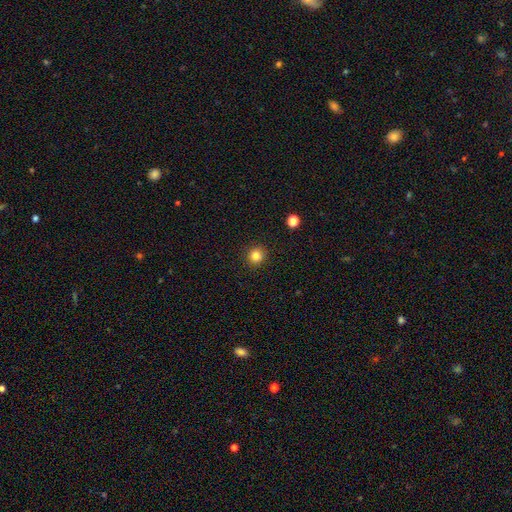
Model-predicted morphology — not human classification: type=smooth (83%); roundness=round (93%); merging=none (92%).